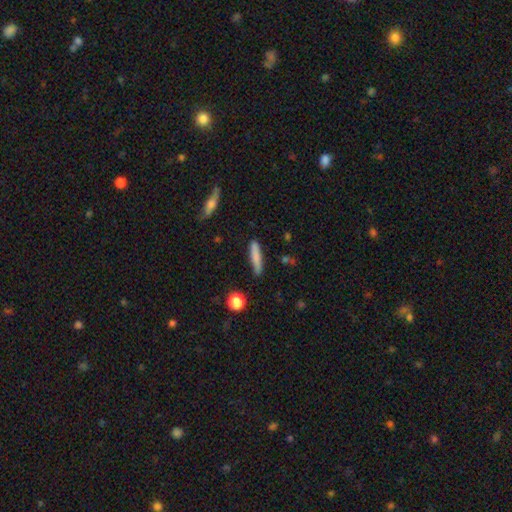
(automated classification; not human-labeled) Smooth or featured?
  - smooth: 76% *
  - featured or disk: 17%
  - star or artifact: 7%
How rounded?
  - cigar-shaped: 89% *
  - in between: 10%
  - round: 2%
Merging?
  - none: 83% *
  - minor disturbance: 12%
  - merger: 2%
  - major disturbance: 2%